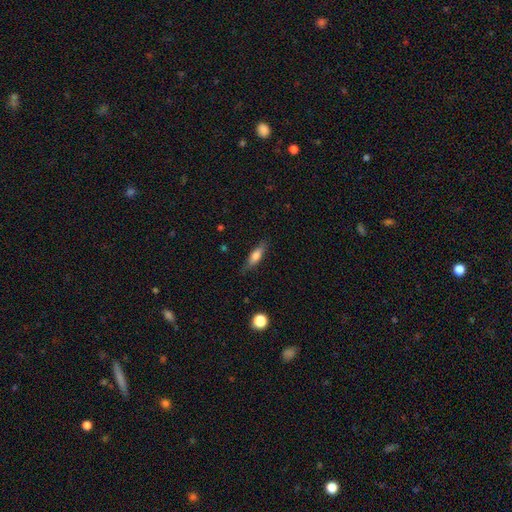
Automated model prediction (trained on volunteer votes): A smooth galaxy with no disk features (67%) that is cigar-shaped (56%). Merging: none (80%).